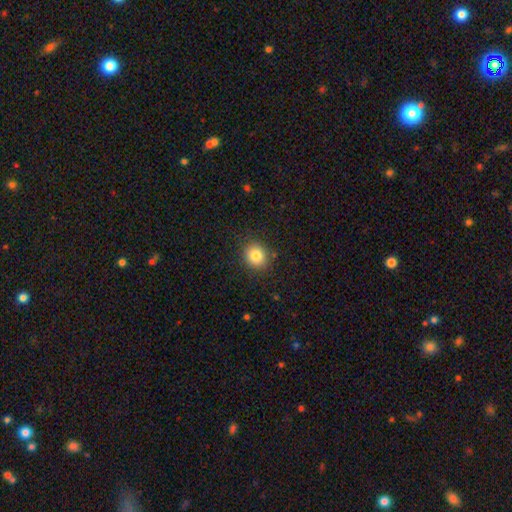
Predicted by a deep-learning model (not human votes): The model was most divided on "how rounded": round: 83%, in between: 17%, cigar-shaped: 1%. More confident: merging — none (88%); smooth or featured — smooth (82%).